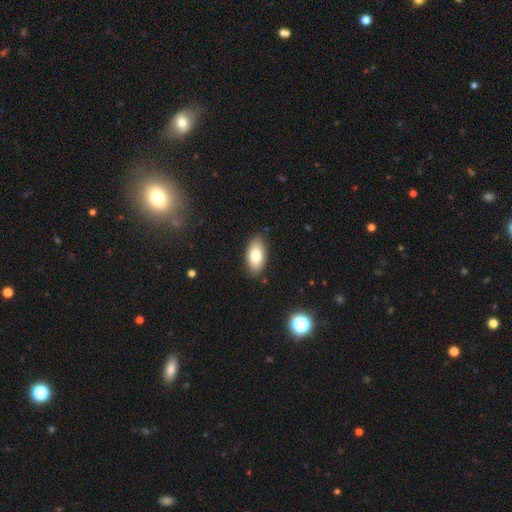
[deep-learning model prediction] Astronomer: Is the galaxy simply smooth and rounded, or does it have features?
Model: smooth — 80%.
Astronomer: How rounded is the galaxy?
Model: in between — 93%.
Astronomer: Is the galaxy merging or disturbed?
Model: none — 85%.